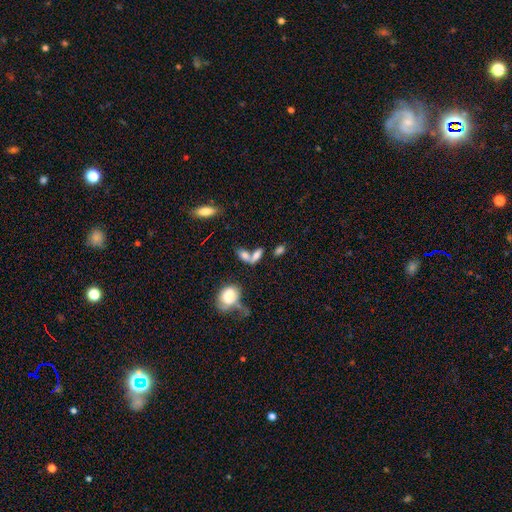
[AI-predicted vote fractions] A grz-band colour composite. It shows a smooth galaxy with no disk features (68%) that is in between round and cigar-shaped (74%). Merging: merger (52%).